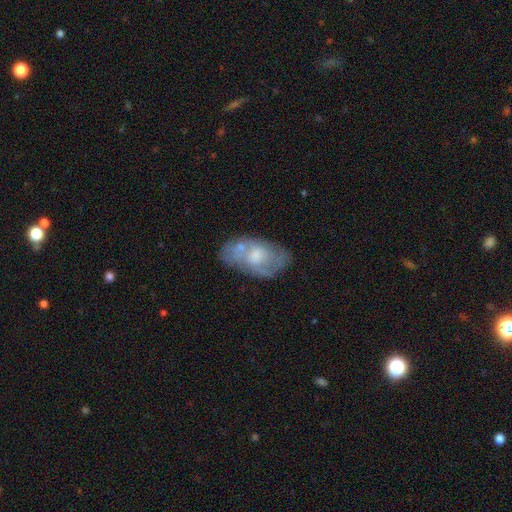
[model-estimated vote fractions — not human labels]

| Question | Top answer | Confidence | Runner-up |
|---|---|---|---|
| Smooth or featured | featured or disk | 56% | smooth (37%) |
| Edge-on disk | no | 94% | yes (6%) |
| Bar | no | 68% | weak (28%) |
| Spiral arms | yes | 52% | no (48%) |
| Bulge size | moderate | 48% | small (33%) |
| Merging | none | 48% | minor disturbance (24%) |